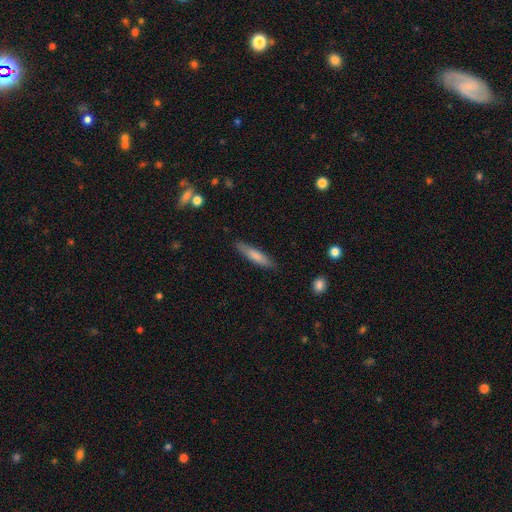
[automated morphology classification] This is likely a smooth galaxy (73%). How rounded: clearly cigar-shaped (84%). Merging: clearly none (86%).